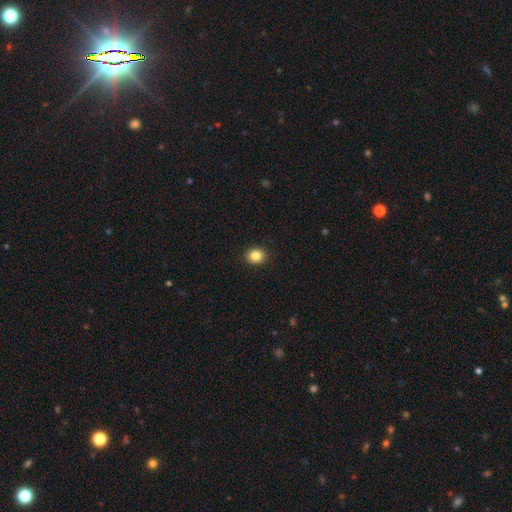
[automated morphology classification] smooth 84%, star or artifact 10%, featured or disk 5%. Down the decision tree: how rounded — round (70%); merging — none (92%).